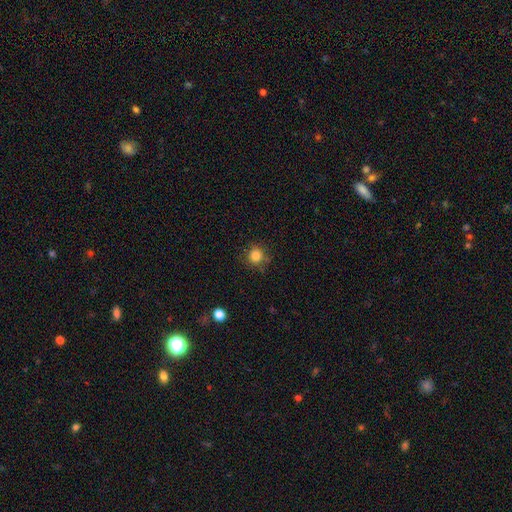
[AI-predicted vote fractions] A smooth galaxy with no disk features (82%) that is round (91%). Merging: none (83%).